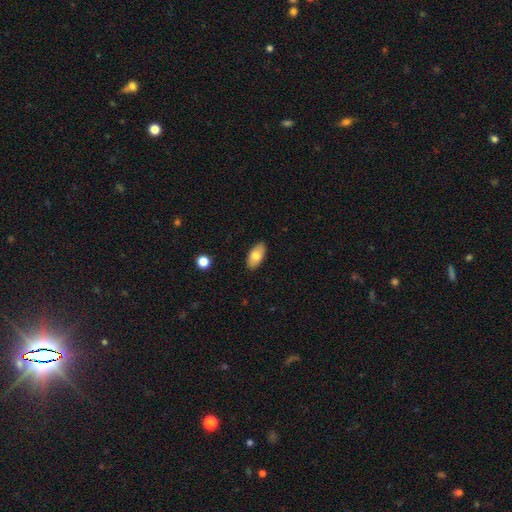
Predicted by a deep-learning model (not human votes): This appears to be a smooth galaxy with no disk features (77%) that is in between round and cigar-shaped (93%). Merging: none (89%).